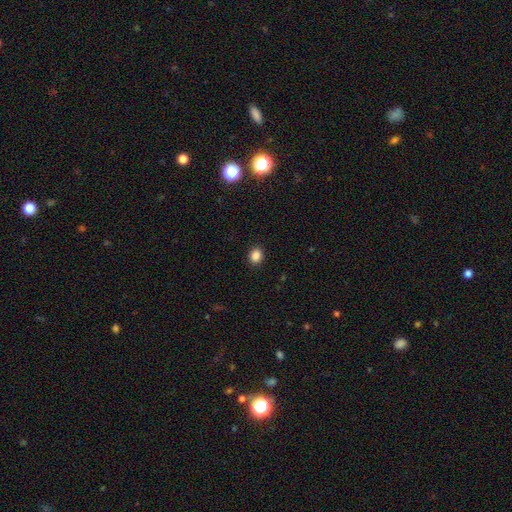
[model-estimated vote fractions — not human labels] This appears to be a smooth galaxy with no disk features (86%) that is round (69%). Merging: none (91%).